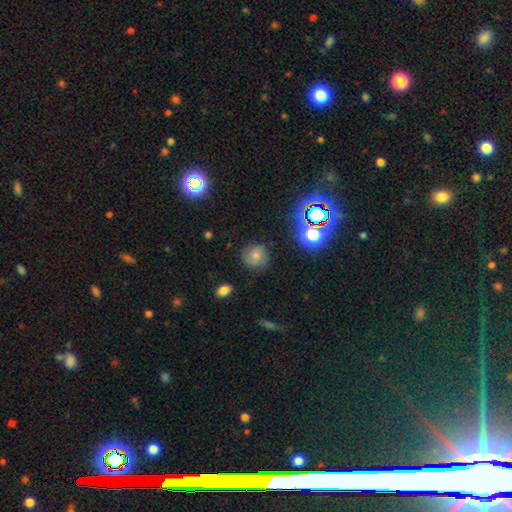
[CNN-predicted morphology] Q: Smooth or featured?
A: smooth (71%); runner-up: star or artifact (17%)
Q: How rounded?
A: round (90%); runner-up: in between (9%)
Q: Merging?
A: none (84%); runner-up: minor disturbance (11%)